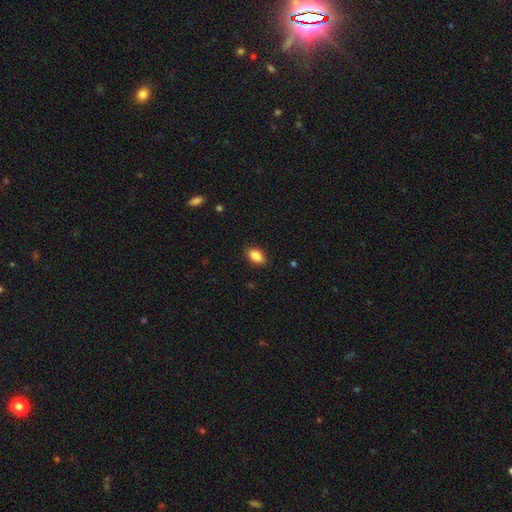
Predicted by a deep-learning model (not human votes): This appears to be a smooth galaxy with no disk features (87%) that is in between round and cigar-shaped (91%). Merging: none (87%).